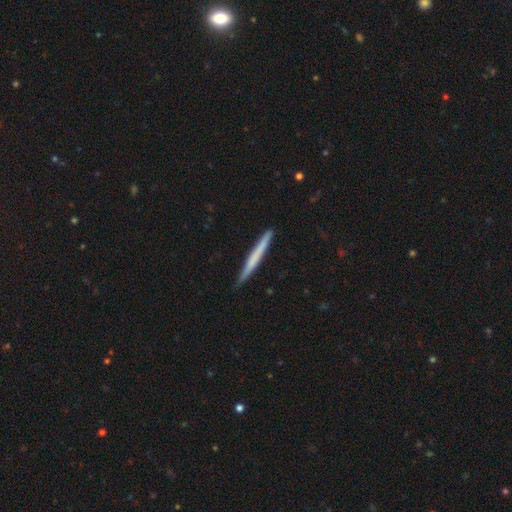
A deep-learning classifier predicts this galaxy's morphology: A smooth galaxy with no disk features (56%) that is cigar-shaped (97%).

Vote fractions:
- Smooth or featured? smooth: 56% / featured or disk: 39% / star or artifact: 5%
- How rounded? cigar-shaped: 97% / in between: 2% / round: 1%
- Merging? none: 89% / minor disturbance: 8% / major disturbance: 1% / merger: 1%